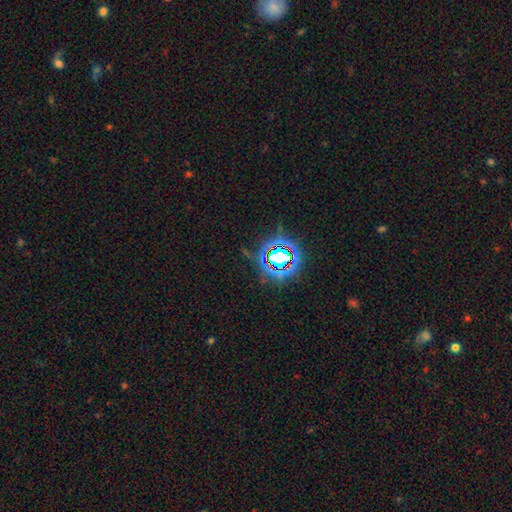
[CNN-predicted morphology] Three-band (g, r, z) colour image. It shows a star or artifact, not a galaxy (77%).